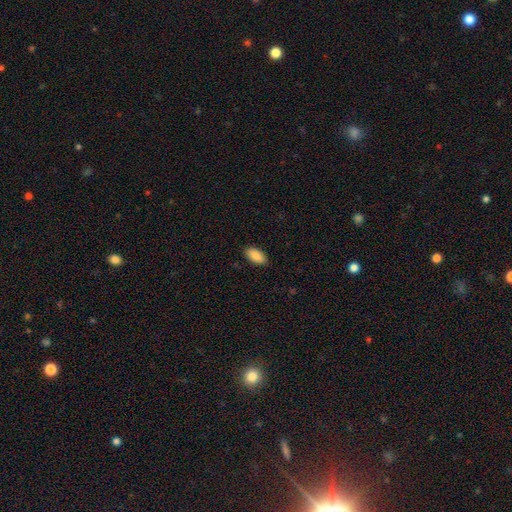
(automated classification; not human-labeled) smooth_or_featured: smooth (p=0.89) [alt: star or artifact p=0.06]
how_rounded: in between (p=0.93) [alt: cigar-shaped p=0.04]
merging: none (p=0.89) [alt: minor disturbance p=0.08]